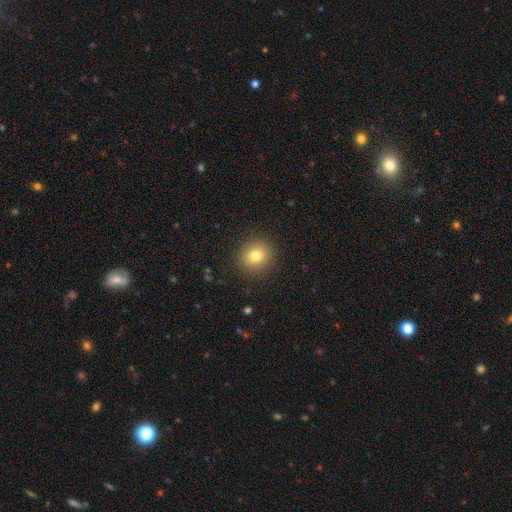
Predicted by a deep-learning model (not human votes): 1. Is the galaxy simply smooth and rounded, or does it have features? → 78% smooth, 13% star or artifact, 10% featured or disk.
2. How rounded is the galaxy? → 88% round, 11% in between, 1% cigar-shaped.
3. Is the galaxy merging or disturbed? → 90% none, 6% minor disturbance, 3% major disturbance, 1% merger.